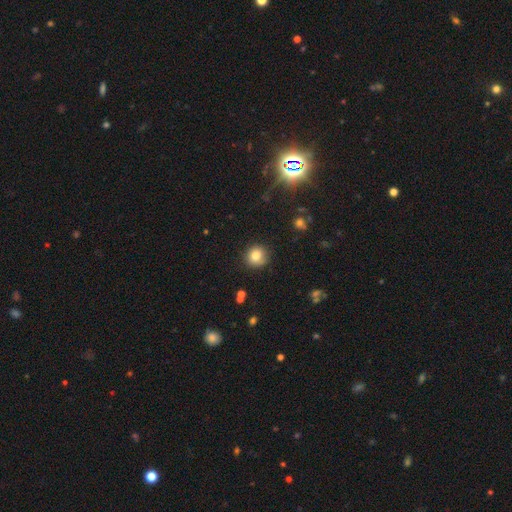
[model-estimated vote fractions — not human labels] Overall: smooth (81%). How rounded: round (90%). Merging: none (85%).